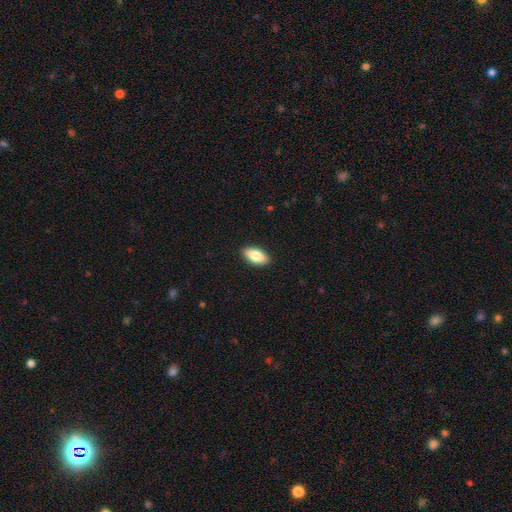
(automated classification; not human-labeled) Q: Smooth or featured?
A: smooth (83%); runner-up: featured or disk (11%)
Q: How rounded?
A: in between (90%); runner-up: cigar-shaped (7%)
Q: Merging?
A: none (90%); runner-up: minor disturbance (7%)